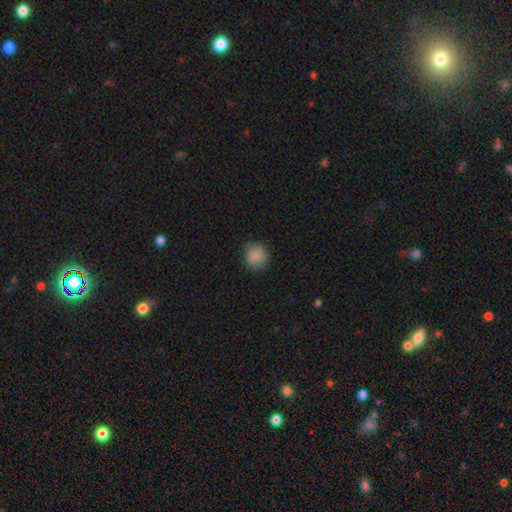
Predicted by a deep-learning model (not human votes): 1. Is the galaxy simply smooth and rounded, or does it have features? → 86% smooth, 8% star or artifact, 6% featured or disk.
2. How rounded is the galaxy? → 90% round, 9% in between, 1% cigar-shaped.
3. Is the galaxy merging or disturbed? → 83% none, 13% minor disturbance, 3% major disturbance, 1% merger.